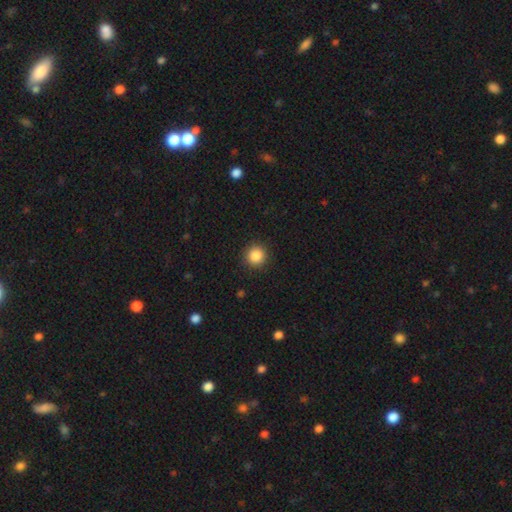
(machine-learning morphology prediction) This appears to be a smooth galaxy with no disk features (86%) that is round (94%). Merging: none (91%).